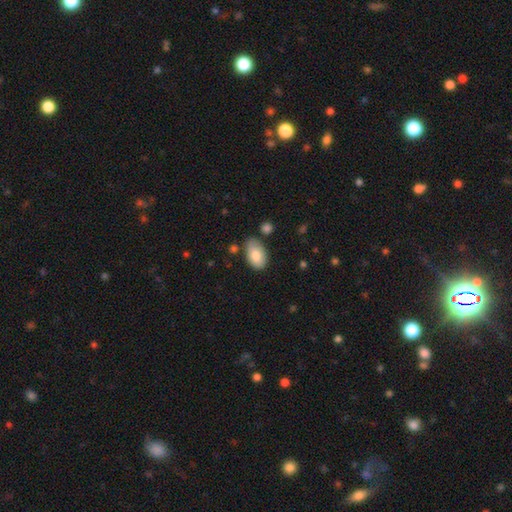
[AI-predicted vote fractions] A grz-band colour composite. It shows a smooth galaxy with no disk features (81%) that is in between round and cigar-shaped (93%). Merging: none (68%).